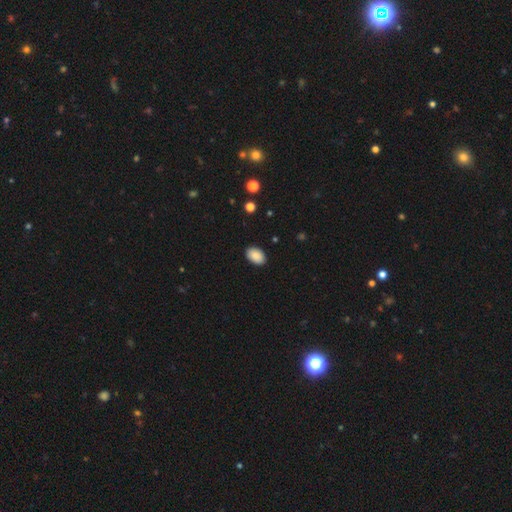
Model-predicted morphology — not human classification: This is clearly a smooth galaxy (88%). How rounded: clearly in between (88%). Merging: clearly none (89%).